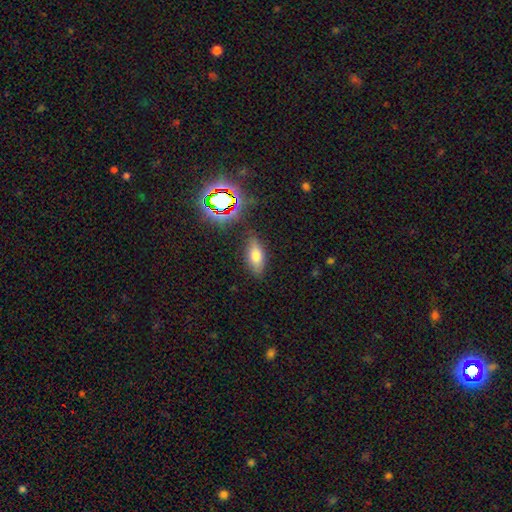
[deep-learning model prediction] Smooth or featured: smooth — 67% (featured or disk — 18%)
How rounded: in between — 79% (cigar-shaped — 17%)
Merging: none — 81% (minor disturbance — 13%)